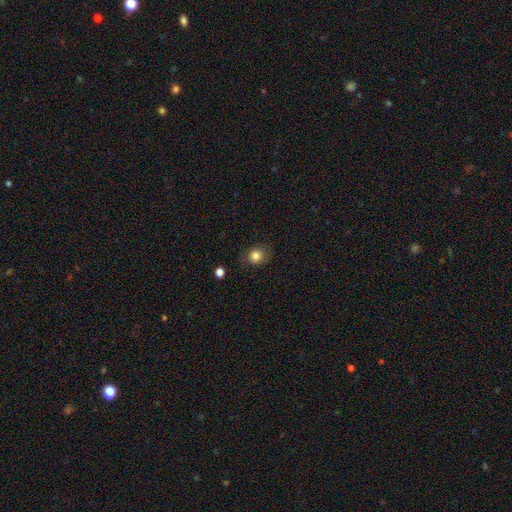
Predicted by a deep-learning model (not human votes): Q: Smooth or featured?
A: smooth (81%); runner-up: star or artifact (10%)
Q: How rounded?
A: round (64%); runner-up: in between (35%)
Q: Merging?
A: none (77%); runner-up: minor disturbance (17%)